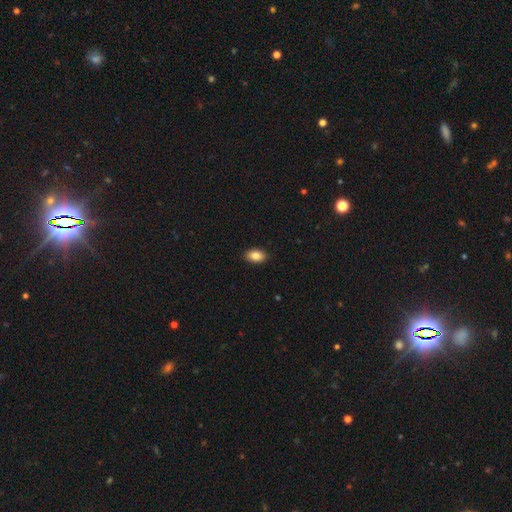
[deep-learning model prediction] A smooth galaxy with no disk features (86%) that is in between round and cigar-shaped (89%). Merging: none (90%).